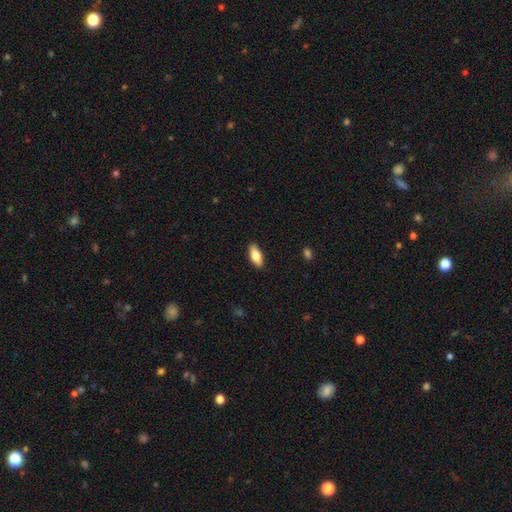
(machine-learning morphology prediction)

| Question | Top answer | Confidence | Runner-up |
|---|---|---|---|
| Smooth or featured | smooth | 78% | featured or disk (16%) |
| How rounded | in between | 80% | cigar-shaped (17%) |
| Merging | none | 89% | minor disturbance (8%) |